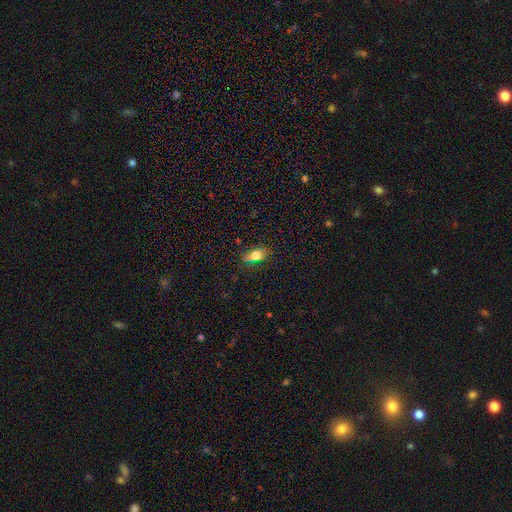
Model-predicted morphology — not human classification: Smooth or featured? smooth (74%)
How rounded? in between (78%)
Merging? none (77%)